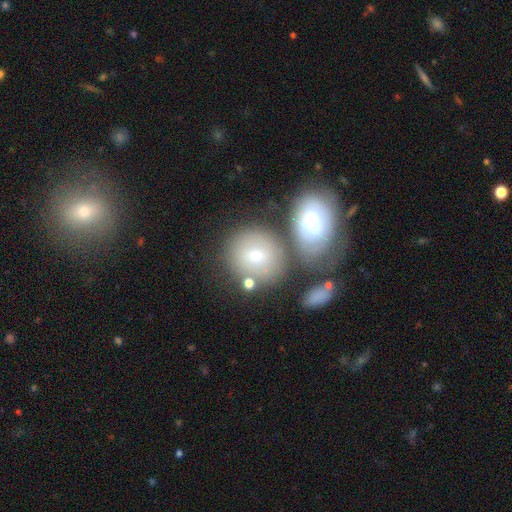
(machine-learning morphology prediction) Smooth or featured: smooth — 67% (featured or disk — 23%)
How rounded: round — 80% (in between — 19%)
Merging: none — 58% (merger — 24%)